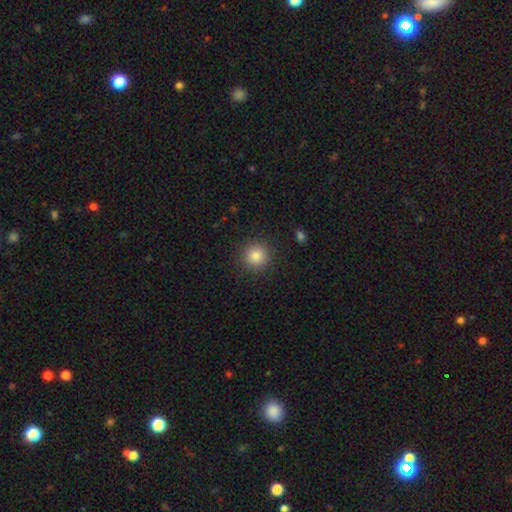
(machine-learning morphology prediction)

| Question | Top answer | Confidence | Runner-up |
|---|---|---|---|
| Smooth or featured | smooth | 83% | star or artifact (11%) |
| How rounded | round | 94% | in between (5%) |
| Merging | none | 90% | minor disturbance (6%) |